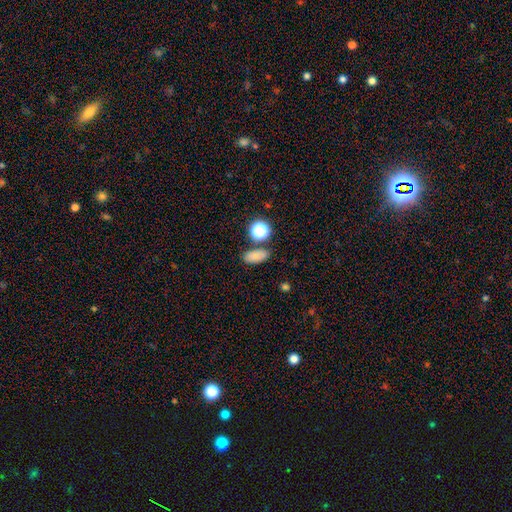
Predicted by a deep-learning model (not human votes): Smooth or featured: smooth — 79% (star or artifact — 14%)
How rounded: in between — 83% (round — 11%)
Merging: none — 77% (minor disturbance — 11%)